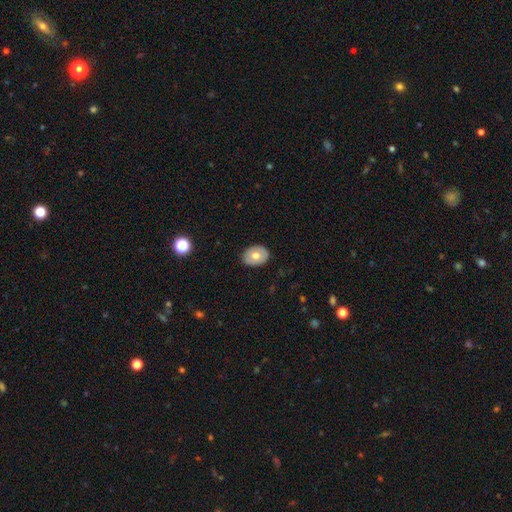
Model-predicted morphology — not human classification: This appears to be a smooth galaxy with no disk features (65%) that is in between round and cigar-shaped (63%). Merging: none (86%).